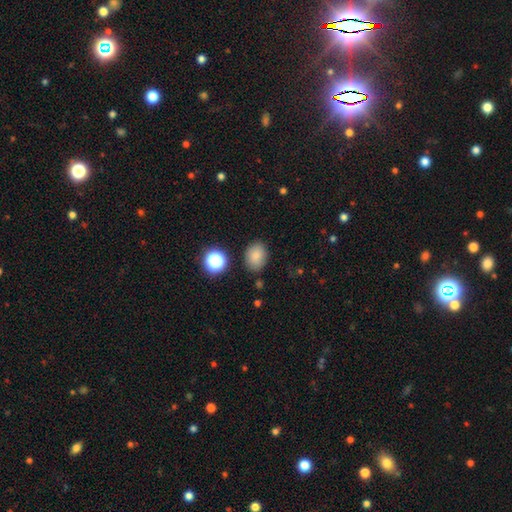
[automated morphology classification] This appears to be a smooth galaxy with no disk features (82%) that is in between round and cigar-shaped (67%). Merging: none (83%).